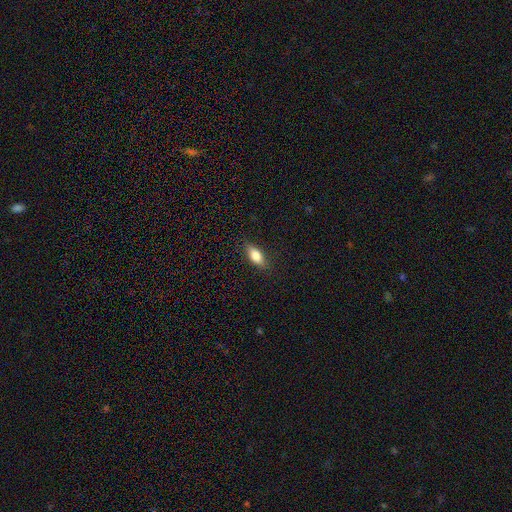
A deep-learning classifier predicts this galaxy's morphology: Smooth or featured: smooth — 82% (featured or disk — 11%)
How rounded: in between — 83% (cigar-shaped — 13%)
Merging: none — 85% (minor disturbance — 11%)